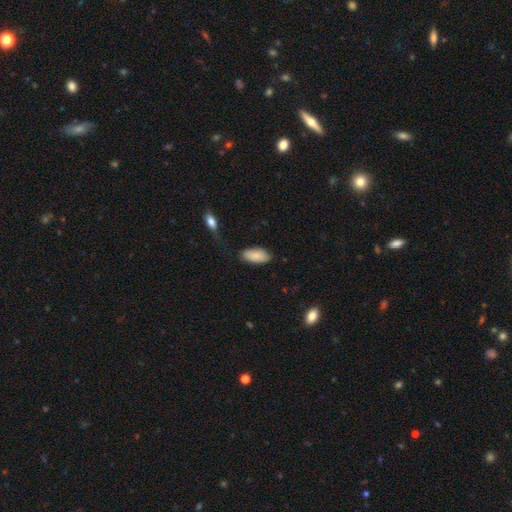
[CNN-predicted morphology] Q: Smooth or featured?
A: smooth (85%); runner-up: featured or disk (8%)
Q: How rounded?
A: in between (91%); runner-up: cigar-shaped (7%)
Q: Merging?
A: none (76%); runner-up: minor disturbance (17%)